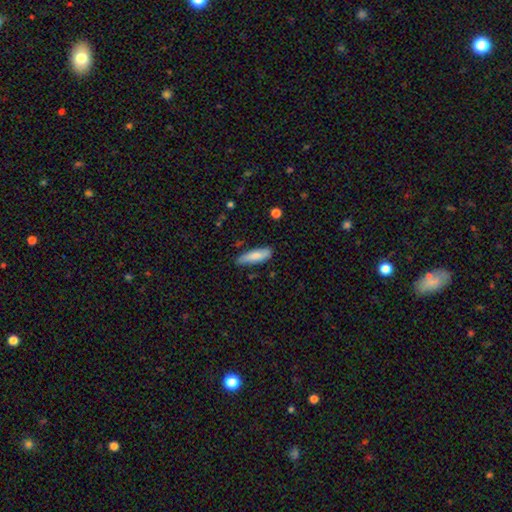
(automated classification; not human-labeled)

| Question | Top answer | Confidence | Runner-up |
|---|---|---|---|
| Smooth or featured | smooth | 80% | featured or disk (14%) |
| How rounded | cigar-shaped | 57% | in between (42%) |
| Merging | none | 77% | minor disturbance (18%) |